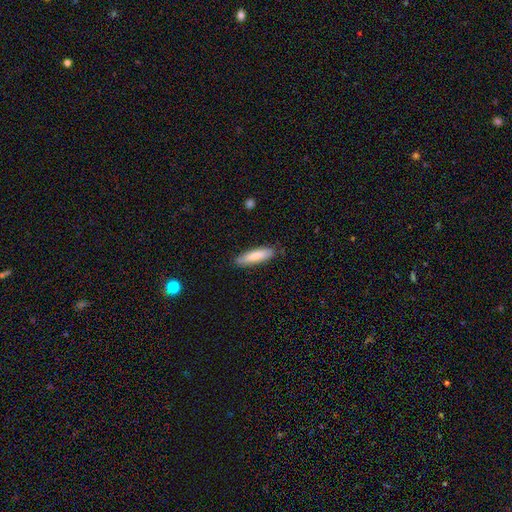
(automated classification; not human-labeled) Smooth or featured: smooth — 82% (featured or disk — 13%)
How rounded: cigar-shaped — 70% (in between — 29%)
Merging: none — 84% (minor disturbance — 13%)